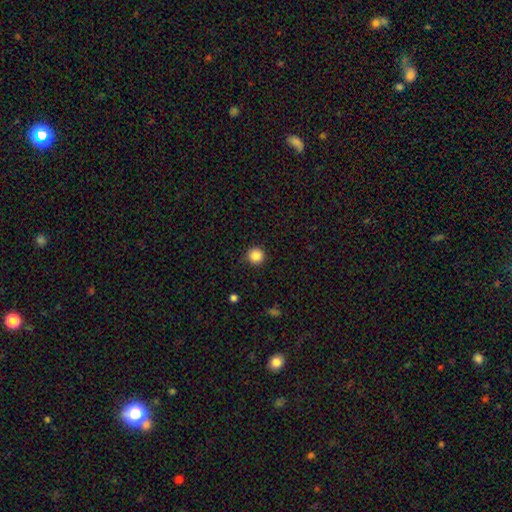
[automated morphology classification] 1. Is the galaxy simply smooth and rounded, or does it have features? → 87% smooth, 10% star or artifact, 3% featured or disk.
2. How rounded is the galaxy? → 95% round, 4% in between, 1% cigar-shaped.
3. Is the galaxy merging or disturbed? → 90% none, 7% minor disturbance, 2% major disturbance, 1% merger.